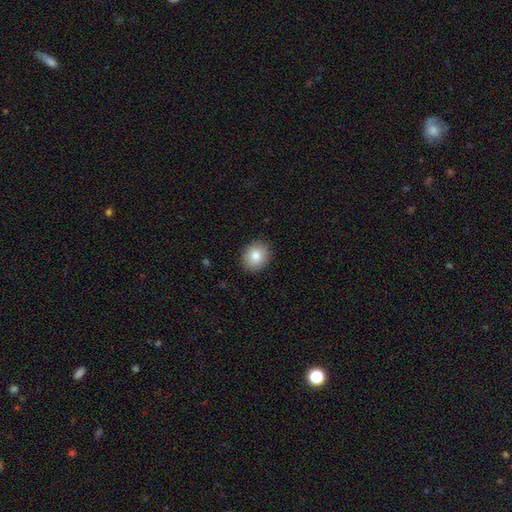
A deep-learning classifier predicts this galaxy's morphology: This appears to be a smooth galaxy with no disk features (83%) that is round (65%). Merging: none (90%).